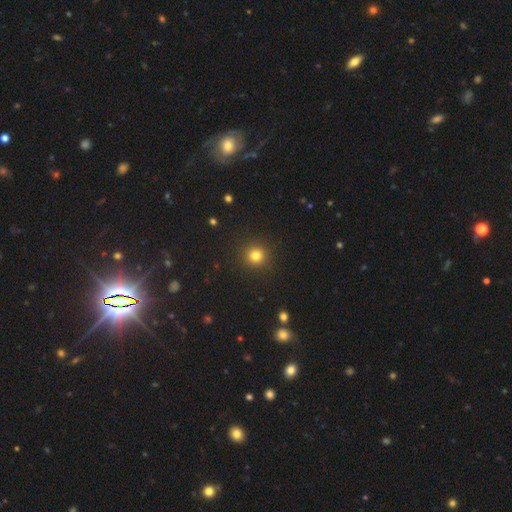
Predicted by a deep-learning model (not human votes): This appears to be a smooth galaxy with no disk features (80%) that is round (94%). Merging: none (92%).